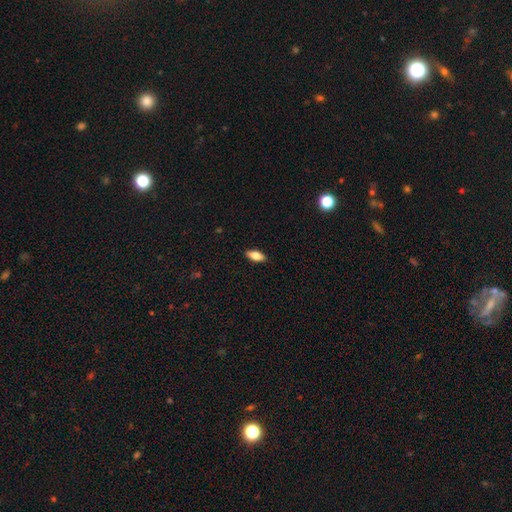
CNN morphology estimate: Smooth or featured: smooth — 74% (featured or disk — 19%)
How rounded: in between — 83% (cigar-shaped — 14%)
Merging: none — 89% (minor disturbance — 8%)